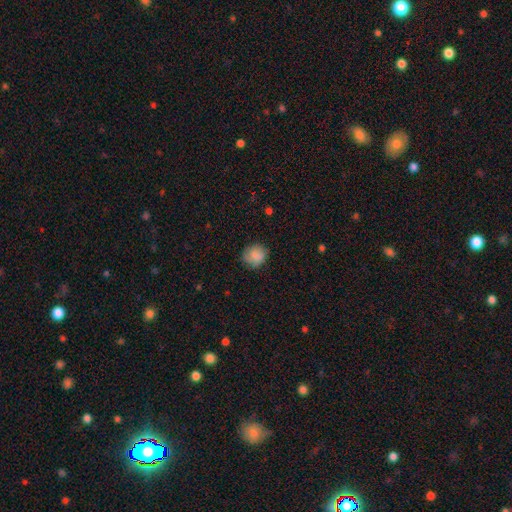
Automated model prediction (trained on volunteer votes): This is clearly a smooth galaxy (83%). How rounded: likely round (78%). Merging: likely none (75%).